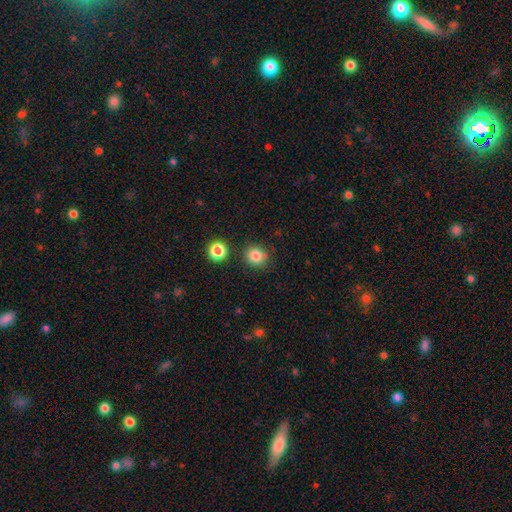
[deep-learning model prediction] smooth 82%, star or artifact 12%, featured or disk 6%. Down the decision tree: how rounded — round (85%); merging — none (82%).